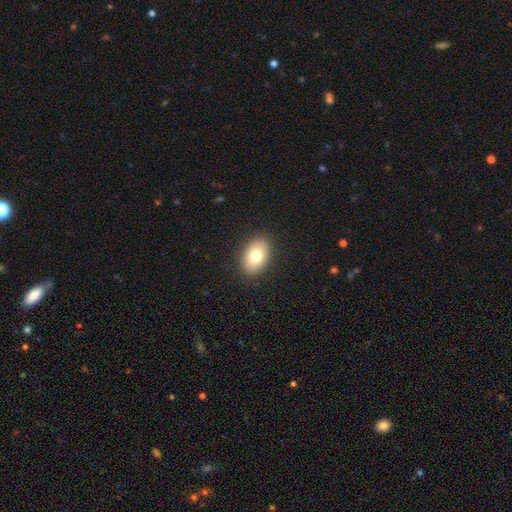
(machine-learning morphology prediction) Smooth or featured: smooth — 79% (featured or disk — 13%)
How rounded: in between — 85% (round — 14%)
Merging: none — 89% (minor disturbance — 8%)